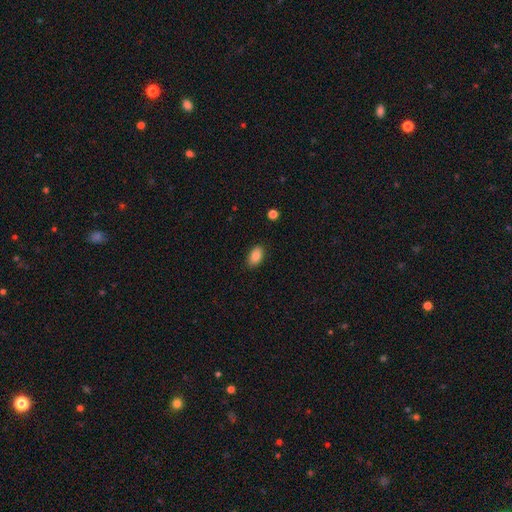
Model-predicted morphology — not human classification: smooth 85%, star or artifact 8%, featured or disk 7%. Down the decision tree: how rounded — in between (91%); merging — none (86%).